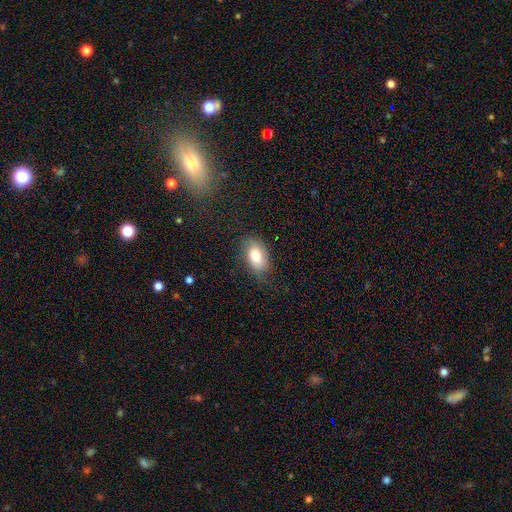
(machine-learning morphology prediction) The model was most divided on "merging": none: 72%, minor disturbance: 20%, major disturbance: 7%, merger: 1%. More confident: how rounded — in between (90%); smooth or featured — smooth (77%).